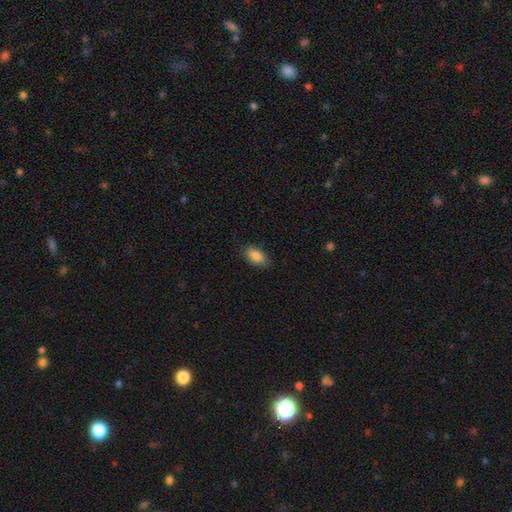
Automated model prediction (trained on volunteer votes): This is clearly a smooth galaxy (87%). How rounded: clearly in between (92%). Merging: clearly none (86%).